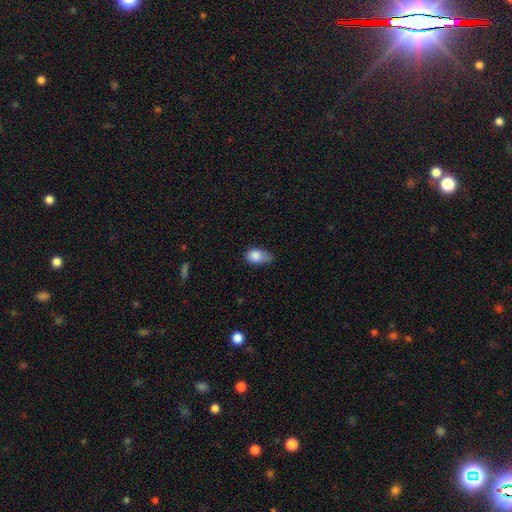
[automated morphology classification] Q: Smooth or featured?
A: smooth (83%); runner-up: star or artifact (8%)
Q: How rounded?
A: in between (83%); runner-up: round (15%)
Q: Merging?
A: minor disturbance (48%); runner-up: none (35%)